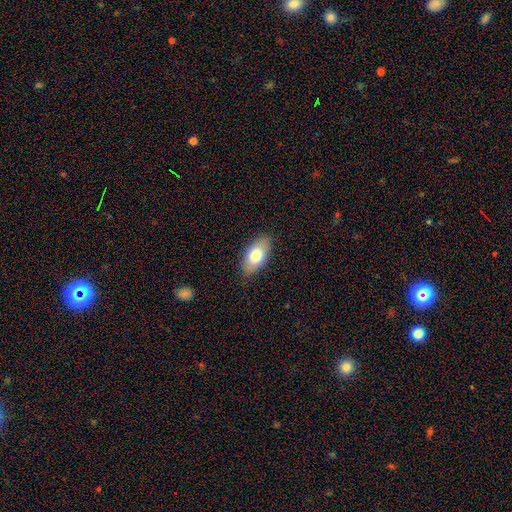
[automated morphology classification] This is likely a smooth galaxy (75%). How rounded: clearly in between (92%). Merging: clearly none (85%).